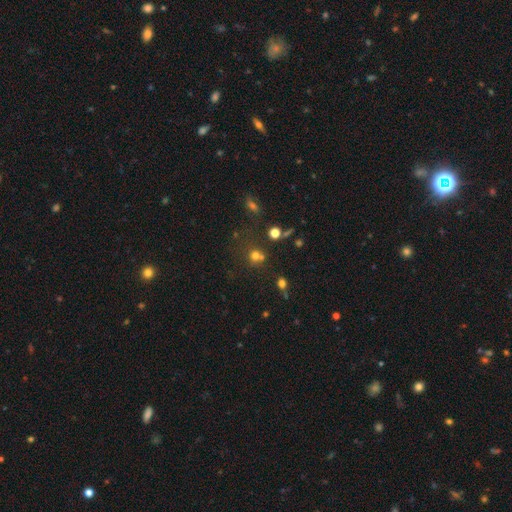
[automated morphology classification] A smooth galaxy with no disk features (65%) that is round (83%). Merging: none (54%).